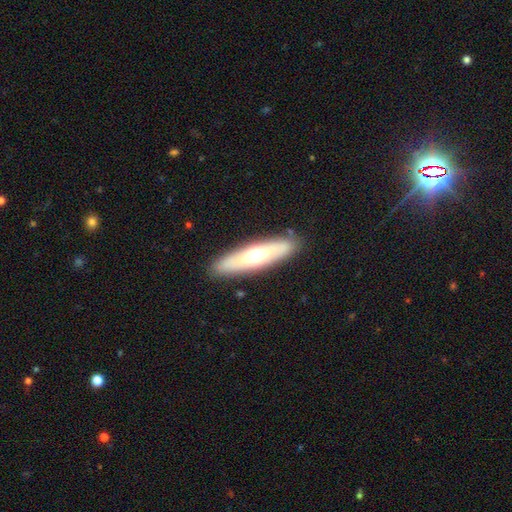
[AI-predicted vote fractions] smooth-or-featured: smooth: 53% | featured or disk: 41% | star or artifact: 6%
  how-rounded: cigar-shaped: 71% | in between: 27% | round: 2%
  merging: none: 88% | minor disturbance: 8% | major disturbance: 2% | merger: 1%